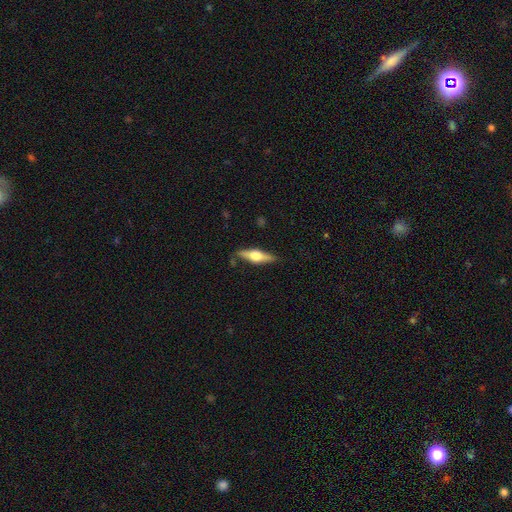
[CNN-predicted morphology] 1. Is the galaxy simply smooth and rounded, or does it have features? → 61% featured or disk, 34% smooth, 5% star or artifact.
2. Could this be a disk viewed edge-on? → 95% yes, 5% no.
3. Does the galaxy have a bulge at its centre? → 94% rounded, 4% boxy, 2% none.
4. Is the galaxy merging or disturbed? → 82% none, 13% minor disturbance, 3% major disturbance, 2% merger.